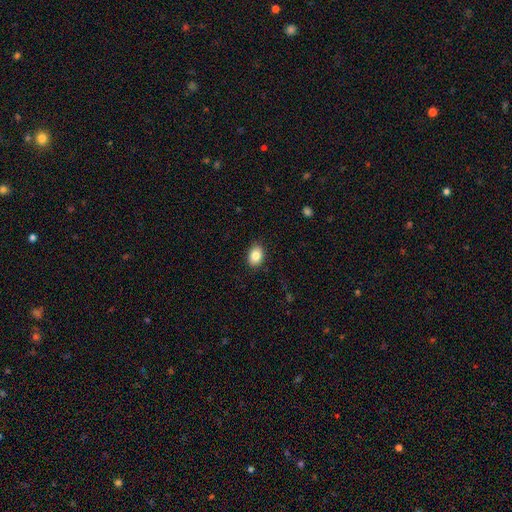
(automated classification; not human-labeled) Smooth or featured?
  - smooth: 85% *
  - star or artifact: 8%
  - featured or disk: 7%
How rounded?
  - in between: 80% *
  - round: 19%
  - cigar-shaped: 1%
Merging?
  - none: 88% *
  - minor disturbance: 9%
  - major disturbance: 2%
  - merger: 1%